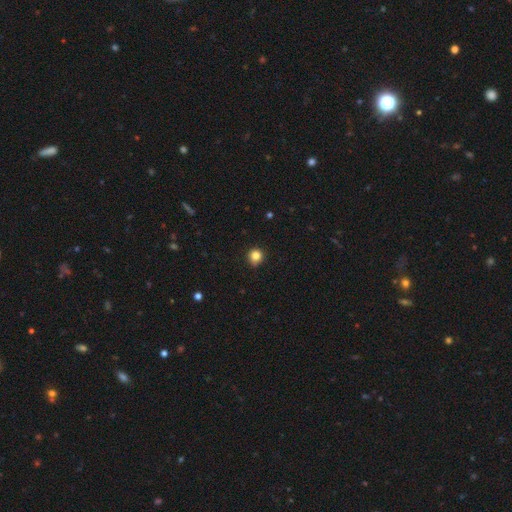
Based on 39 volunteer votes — Smooth or featured?
  - smooth: 92% *
  - star or artifact: 8%
  - featured or disk: 0%
How rounded?
  - round: 75% *
  - in between: 25%
  - cigar-shaped: 0%
Merging?
  - none: 78% *
  - minor disturbance: 22%
  - major disturbance: 0%
  - merger: 0%